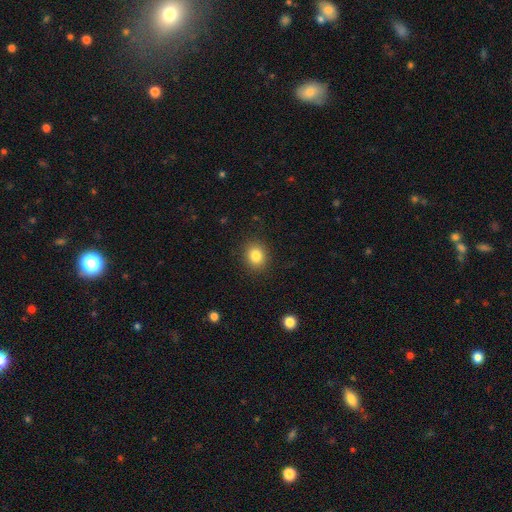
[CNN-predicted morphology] Smooth or featured? smooth (83%)
How rounded? round (69%)
Merging? none (89%)